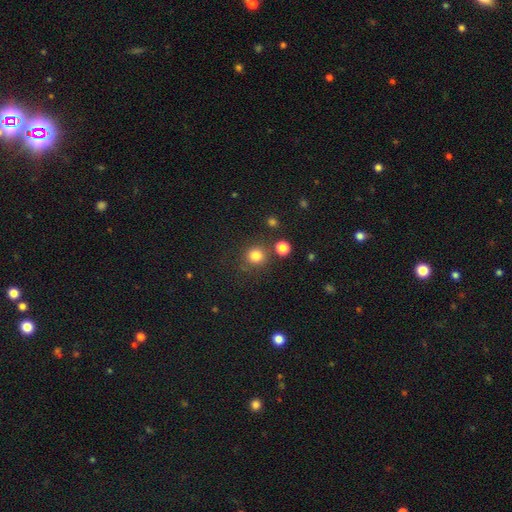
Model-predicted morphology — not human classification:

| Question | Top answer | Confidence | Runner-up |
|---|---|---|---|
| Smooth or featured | smooth | 81% | star or artifact (14%) |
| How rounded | round | 89% | in between (10%) |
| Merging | none | 78% | minor disturbance (9%) |